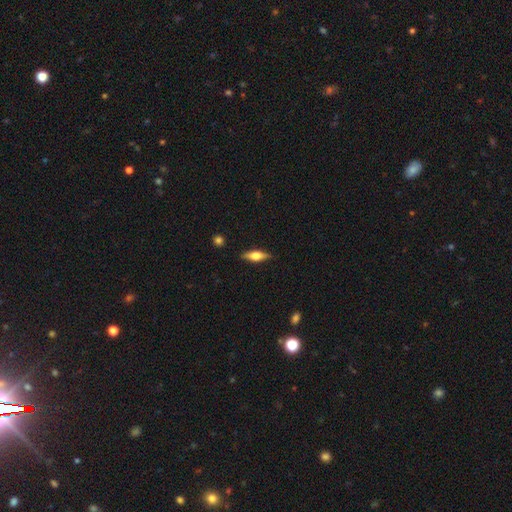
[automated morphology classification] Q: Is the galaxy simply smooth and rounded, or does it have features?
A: featured or disk — 48%.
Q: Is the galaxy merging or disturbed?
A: none — 87%.